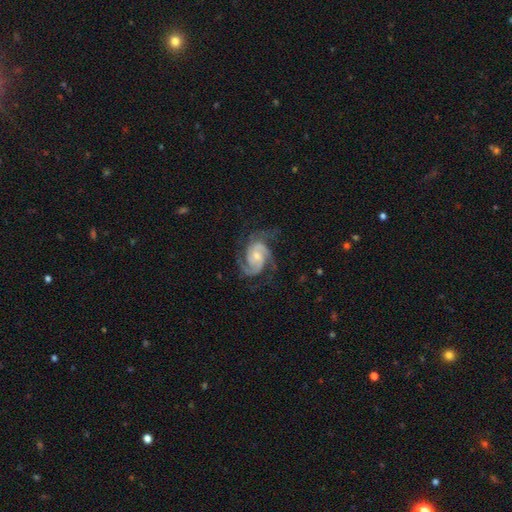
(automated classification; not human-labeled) Smooth or featured: featured or disk — 92% (star or artifact — 4%)
Edge-on disk: no — 98% (yes — 2%)
Bar: no — 57% (weak — 34%)
Spiral arms: yes — 98% (no — 2%)
Spiral winding: medium — 48% (tight — 43%)
Spiral arm count: 2 — 49% (3 — 34%)
Bulge size: small — 51% (moderate — 42%)
Merging: none — 69% (minor disturbance — 18%)